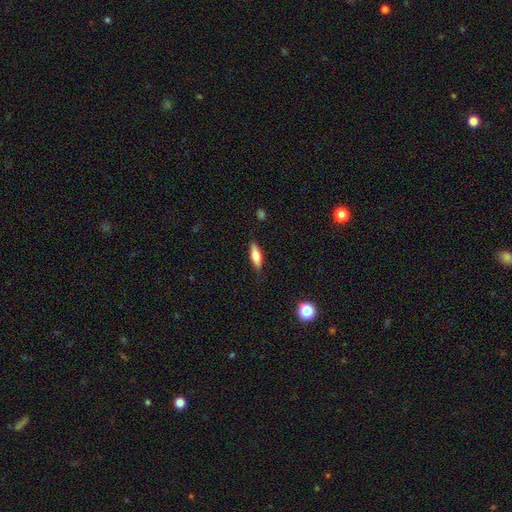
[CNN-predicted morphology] A smooth galaxy with no disk features (66%) that is cigar-shaped (50%).

Vote fractions:
- Smooth or featured? smooth: 66% / featured or disk: 27% / star or artifact: 7%
- How rounded? cigar-shaped: 50% / in between: 47% / round: 2%
- Merging? none: 84% / minor disturbance: 12% / major disturbance: 3% / merger: 1%